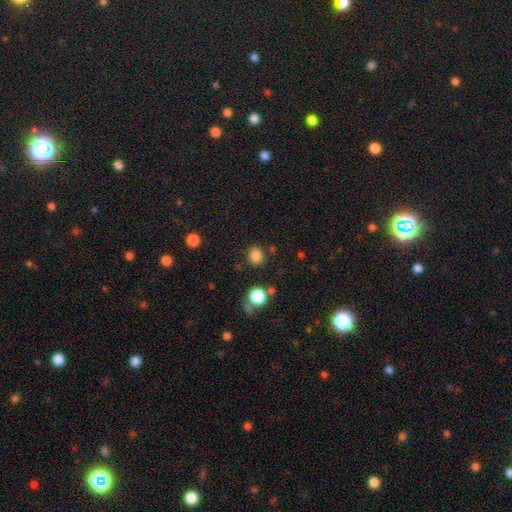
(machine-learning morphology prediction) Smooth or featured? smooth (84%)
How rounded? round (78%)
Merging? none (84%)